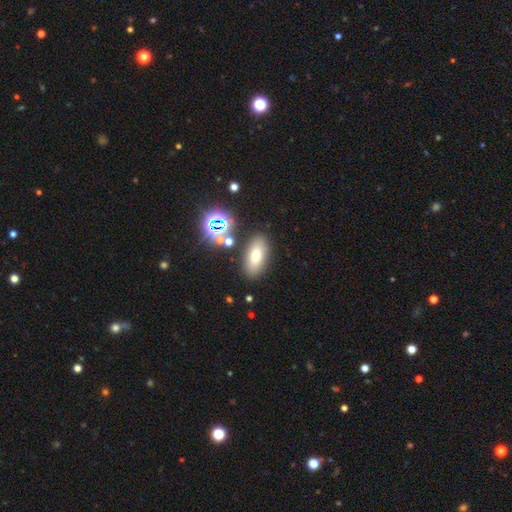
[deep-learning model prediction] A smooth galaxy with no disk features (68%) that is in between round and cigar-shaped (84%).

Vote fractions:
- Smooth or featured? smooth: 68% / featured or disk: 16% / star or artifact: 16%
- How rounded? in between: 84% / cigar-shaped: 9% / round: 7%
- Merging? none: 83% / minor disturbance: 9% / merger: 5% / major disturbance: 3%